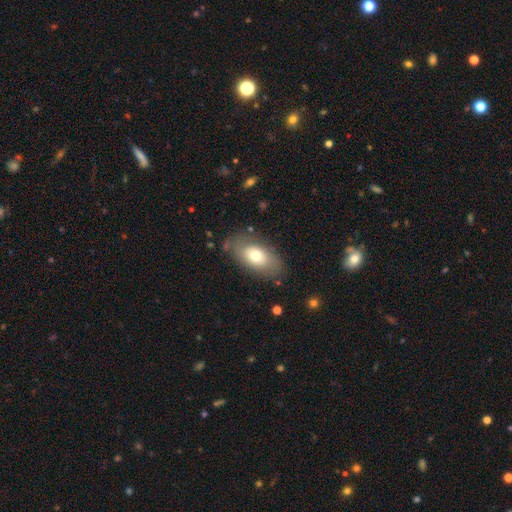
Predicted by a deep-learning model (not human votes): Q: Smooth or featured?
A: smooth (64%); runner-up: featured or disk (28%)
Q: How rounded?
A: in between (90%); runner-up: round (8%)
Q: Merging?
A: none (76%); runner-up: minor disturbance (16%)